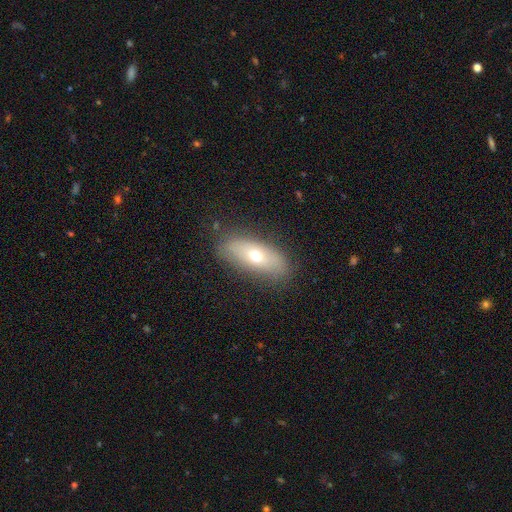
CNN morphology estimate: Smooth or featured? smooth (61%)
How rounded? in between (77%)
Merging? none (80%)